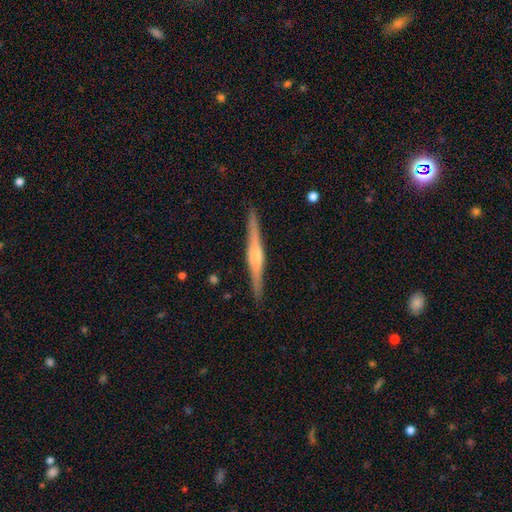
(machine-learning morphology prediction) This is likely a featured or disk galaxy (77%). It is clearly viewed edge-on (98%). Edge-on bulge: likely rounded (73%). Merging: clearly none (91%).